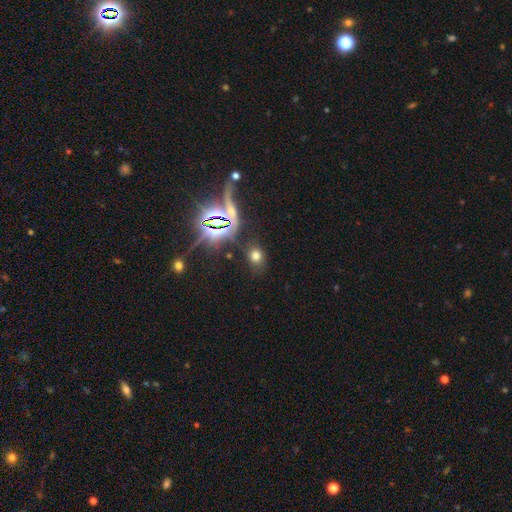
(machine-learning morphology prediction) Smooth or featured? smooth (61%)
How rounded? round (55%)
Merging? none (75%)